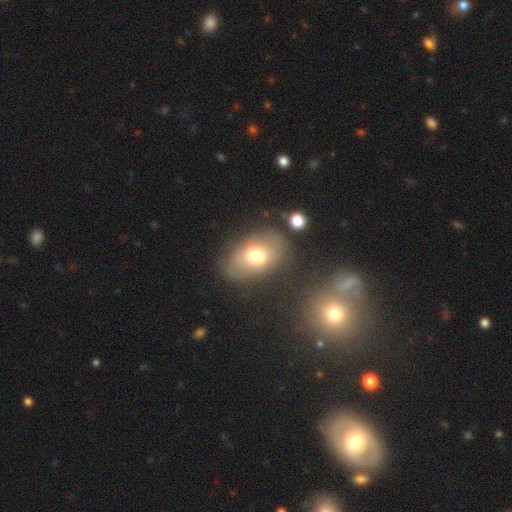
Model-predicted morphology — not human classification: Smooth or featured?
  - smooth: 61% *
  - featured or disk: 28%
  - star or artifact: 11%
How rounded?
  - in between: 82% *
  - round: 17%
  - cigar-shaped: 1%
Merging?
  - none: 65% *
  - minor disturbance: 20%
  - major disturbance: 11%
  - merger: 5%